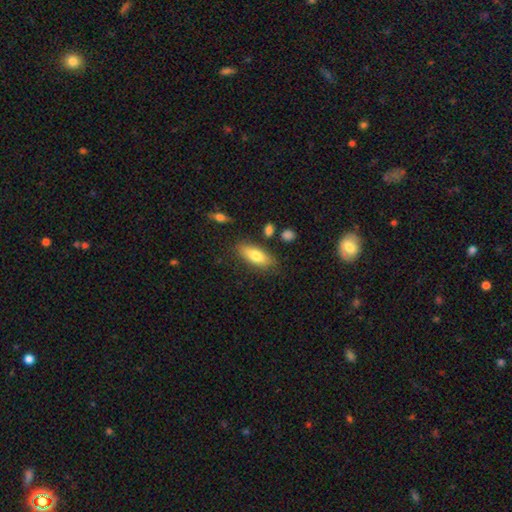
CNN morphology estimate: smooth-or-featured: smooth: 75% | featured or disk: 18% | star or artifact: 7%
  how-rounded: in between: 73% | cigar-shaped: 24% | round: 3%
  merging: none: 77% | minor disturbance: 15% | merger: 4% | major disturbance: 4%